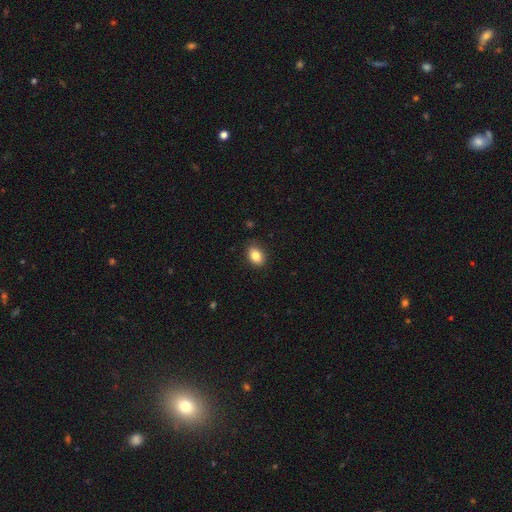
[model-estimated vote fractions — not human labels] This is clearly a smooth galaxy (85%). How rounded: likely in between (78%). Merging: clearly none (86%).